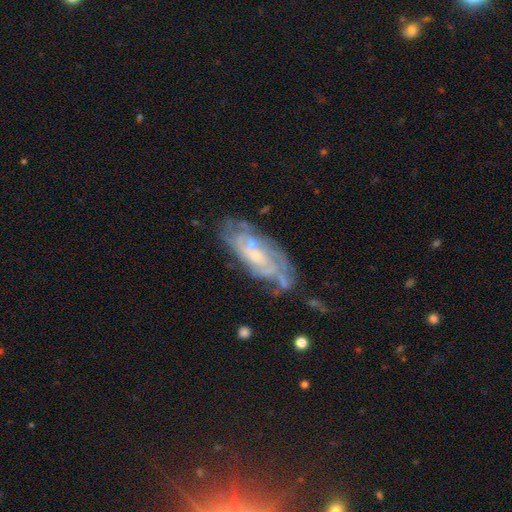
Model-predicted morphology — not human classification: Smooth or featured? featured or disk (81%)
Edge-on disk? no (92%)
Bar? no (70%)
Spiral arms? yes (88%)
Spiral winding? tight (64%)
Spiral arm count? can't tell (48%)
Bulge size? small (67%)
Merging? none (59%)